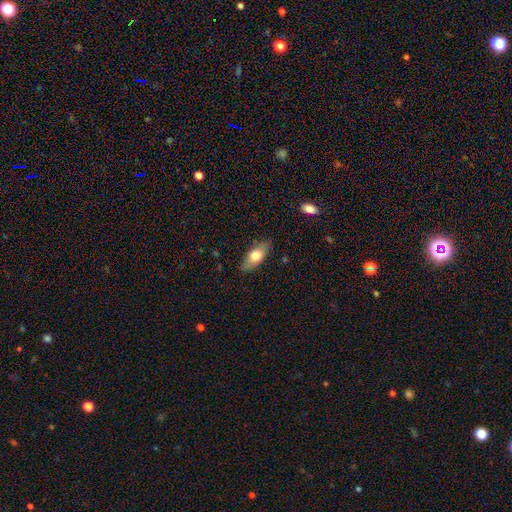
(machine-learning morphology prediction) A smooth galaxy with no disk features (66%) that is in between round and cigar-shaped (79%).

Vote fractions:
- Smooth or featured? smooth: 66% / featured or disk: 27% / star or artifact: 6%
- How rounded? in between: 79% / cigar-shaped: 18% / round: 4%
- Merging? none: 83% / minor disturbance: 13% / major disturbance: 3% / merger: 1%